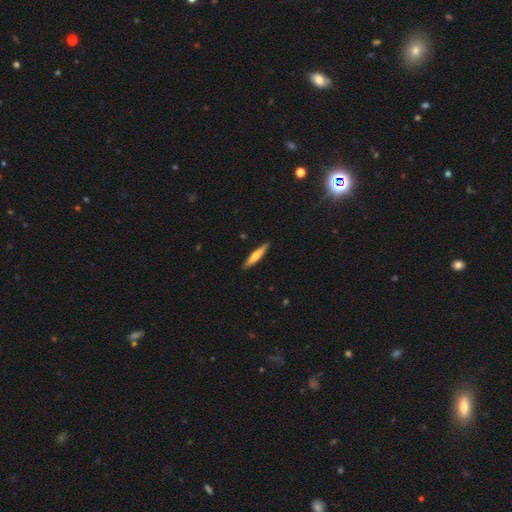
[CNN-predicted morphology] Smooth or featured? smooth (59%)
How rounded? cigar-shaped (89%)
Merging? none (90%)